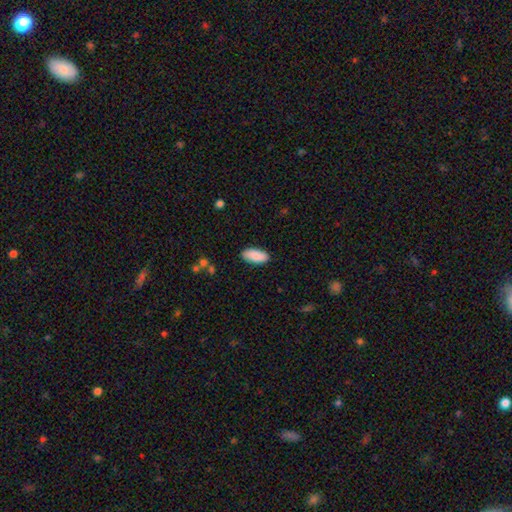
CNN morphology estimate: This is clearly a smooth galaxy (88%). How rounded: clearly in between (89%). Merging: clearly none (87%).